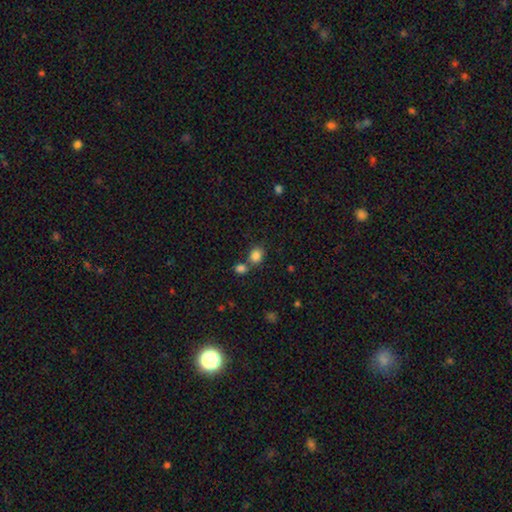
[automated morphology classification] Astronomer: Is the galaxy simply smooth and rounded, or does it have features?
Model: smooth — 84%.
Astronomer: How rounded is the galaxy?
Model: round — 61% (runner-up: in between, 38%).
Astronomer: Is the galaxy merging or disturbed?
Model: none — 58%.